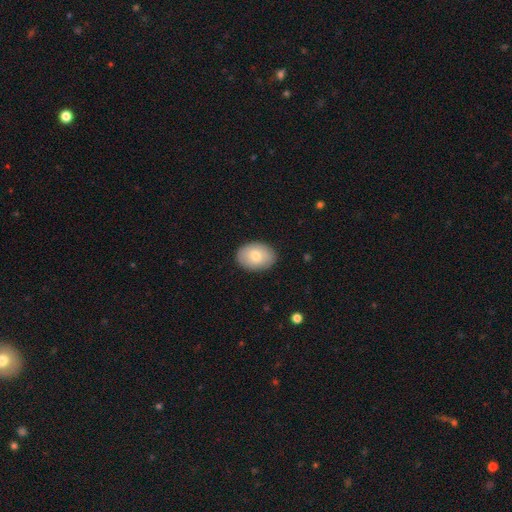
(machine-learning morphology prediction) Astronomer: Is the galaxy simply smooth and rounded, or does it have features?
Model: smooth — 73%.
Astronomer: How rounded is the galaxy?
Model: in between — 77%.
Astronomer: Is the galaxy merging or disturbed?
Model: none — 87%.